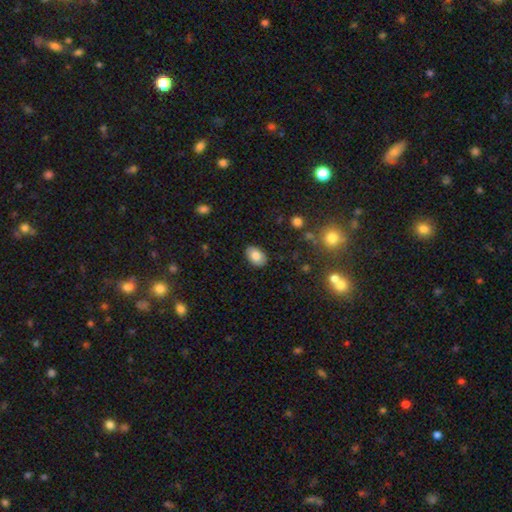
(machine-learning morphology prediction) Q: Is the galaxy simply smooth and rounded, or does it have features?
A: smooth — 82%.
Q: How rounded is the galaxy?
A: in between — 87%.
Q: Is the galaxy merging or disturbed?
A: none — 87%.